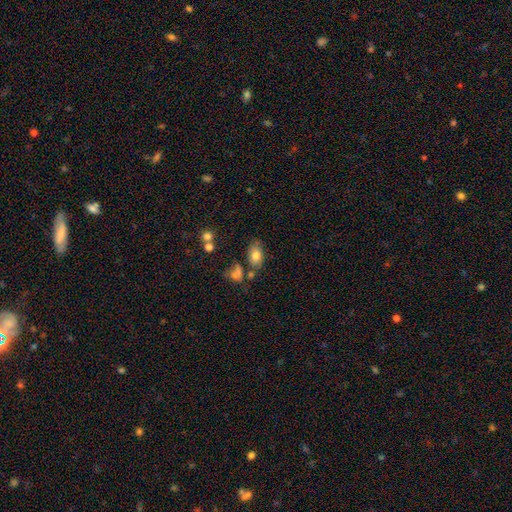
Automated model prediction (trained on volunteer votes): A smooth galaxy with no disk features (78%) that is in between round and cigar-shaped (86%).

Vote fractions:
- Smooth or featured? smooth: 78% / featured or disk: 13% / star or artifact: 10%
- How rounded? in between: 86% / round: 12% / cigar-shaped: 2%
- Merging? none: 62% / minor disturbance: 19% / merger: 12% / major disturbance: 6%